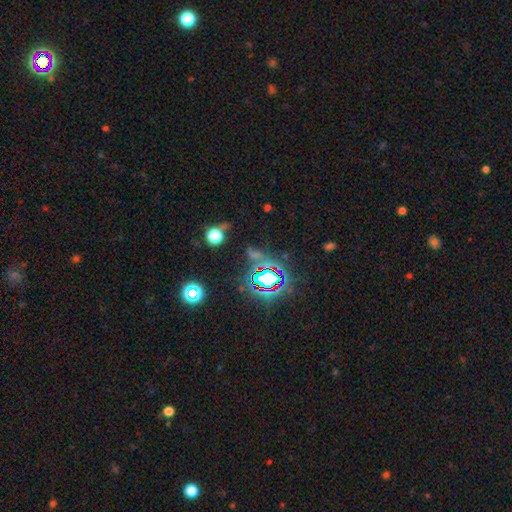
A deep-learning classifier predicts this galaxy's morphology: star or artifact 72%, smooth 17%, featured or disk 11%.